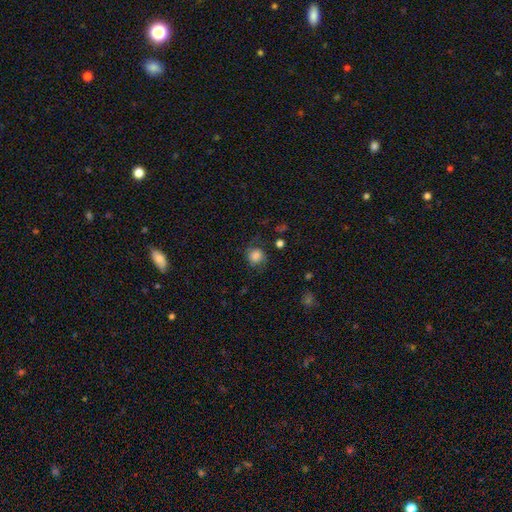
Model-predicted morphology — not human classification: Q: Smooth or featured?
A: smooth (79%); runner-up: featured or disk (11%)
Q: How rounded?
A: round (82%); runner-up: in between (17%)
Q: Merging?
A: none (68%); runner-up: minor disturbance (20%)